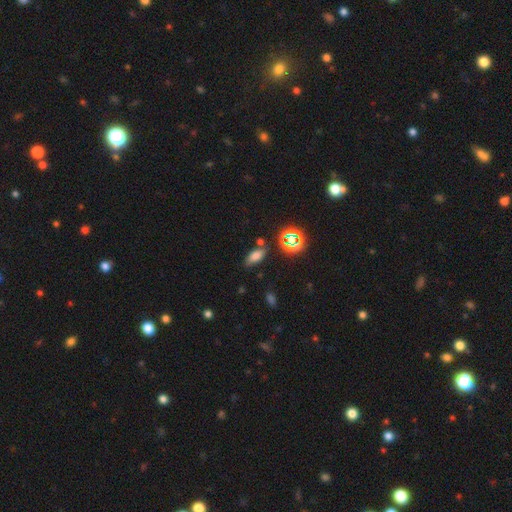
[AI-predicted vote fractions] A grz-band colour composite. It shows a smooth galaxy with no disk features (66%) that is in between round and cigar-shaped (79%). Merging: none (74%).